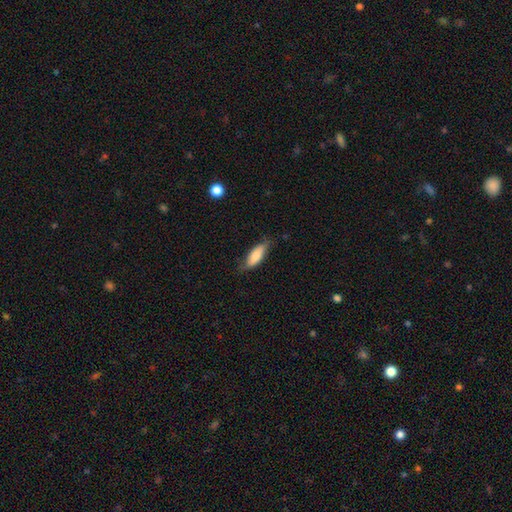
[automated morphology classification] A smooth galaxy with no disk features (77%) that is in between round and cigar-shaped (58%).

Vote fractions:
- Smooth or featured? smooth: 77% / featured or disk: 17% / star or artifact: 6%
- How rounded? in between: 58% / cigar-shaped: 40% / round: 2%
- Merging? none: 69% / minor disturbance: 25% / major disturbance: 5% / merger: 1%